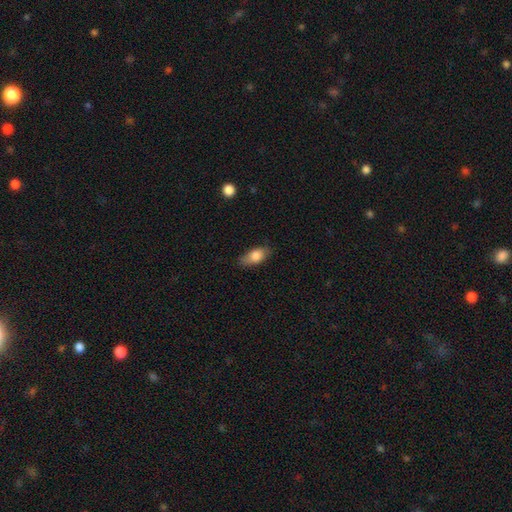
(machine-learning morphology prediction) Overall: smooth (80%). How rounded: in between (85%). Merging: none (74%).